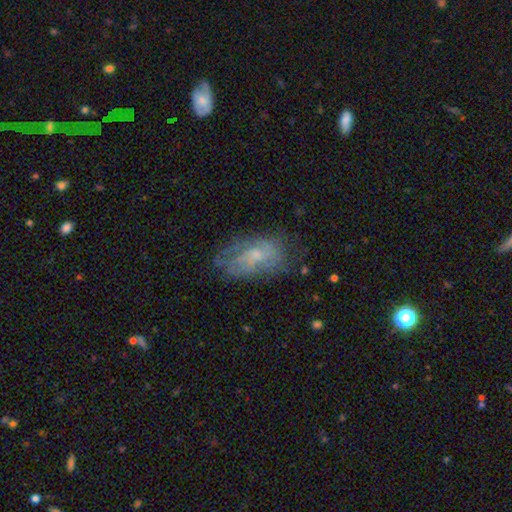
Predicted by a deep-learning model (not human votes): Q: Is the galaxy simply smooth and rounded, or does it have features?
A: featured or disk — 55%.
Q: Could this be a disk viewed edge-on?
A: no — 95%.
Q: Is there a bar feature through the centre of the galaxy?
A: no — 69%.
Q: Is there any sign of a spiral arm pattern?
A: yes — 61%.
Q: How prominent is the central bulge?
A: small — 57%.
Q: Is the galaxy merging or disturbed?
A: none — 57%.